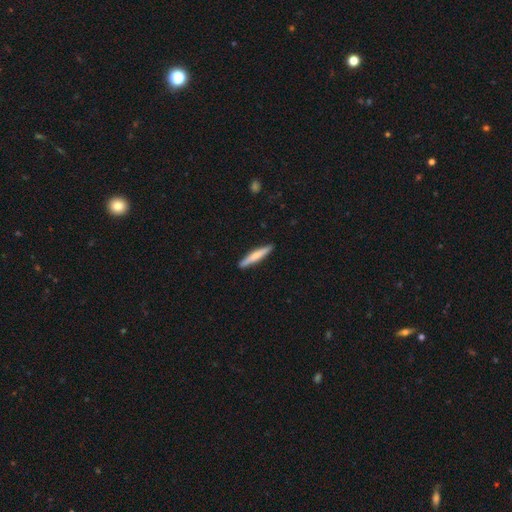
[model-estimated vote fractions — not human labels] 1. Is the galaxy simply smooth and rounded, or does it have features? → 64% smooth, 31% featured or disk, 5% star or artifact.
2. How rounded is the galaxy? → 92% cigar-shaped, 7% in between, 1% round.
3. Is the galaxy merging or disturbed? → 90% none, 7% minor disturbance, 1% major disturbance, 1% merger.